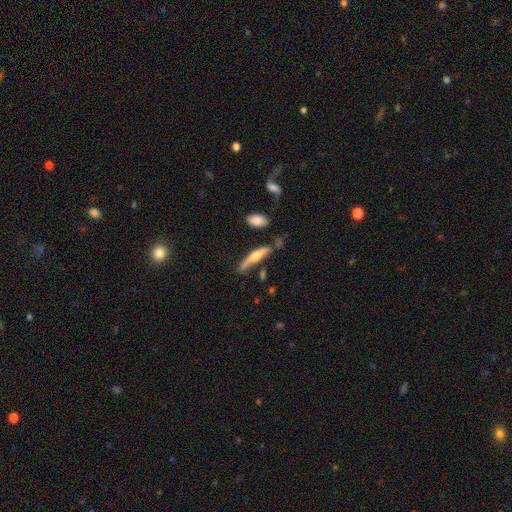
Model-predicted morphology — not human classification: Smooth or featured? smooth (47%, tied with featured or disk)
Merging? none (61%)